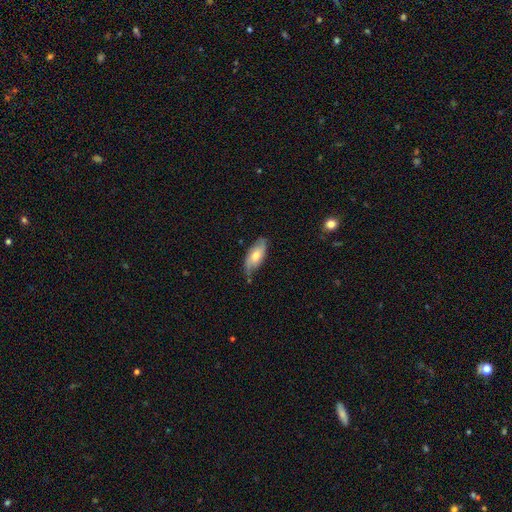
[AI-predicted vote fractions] Morphology: type=smooth (53%); roundness=in between (84%); merging=none (61%).